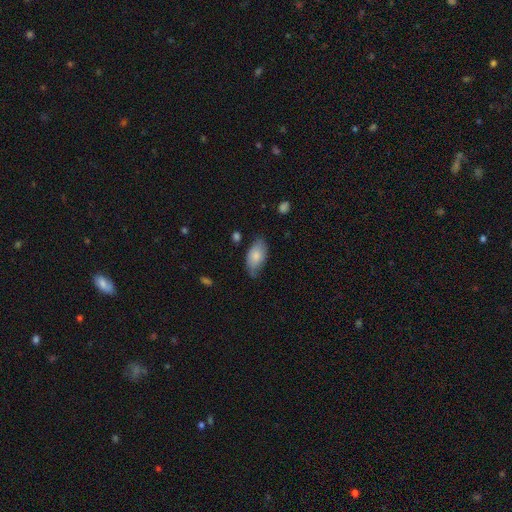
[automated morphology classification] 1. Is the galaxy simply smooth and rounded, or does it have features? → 77% smooth, 16% featured or disk, 6% star or artifact.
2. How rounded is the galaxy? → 94% in between, 3% cigar-shaped, 3% round.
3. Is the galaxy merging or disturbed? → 62% none, 30% minor disturbance, 6% major disturbance, 2% merger.